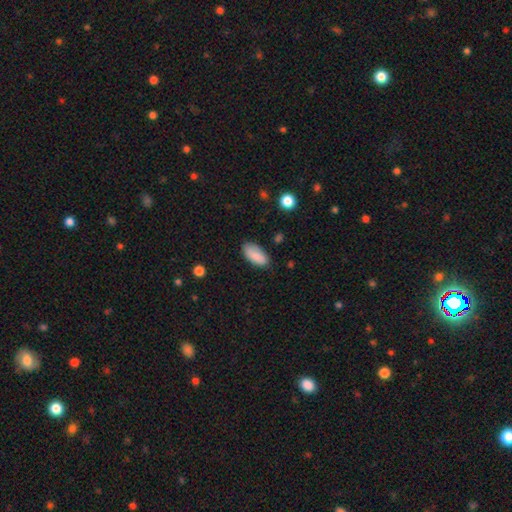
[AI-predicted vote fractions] A smooth galaxy with no disk features (87%) that is in between round and cigar-shaped (89%).

Vote fractions:
- Smooth or featured? smooth: 87% / star or artifact: 7% / featured or disk: 6%
- How rounded? in between: 89% / cigar-shaped: 9% / round: 2%
- Merging? none: 79% / minor disturbance: 17% / major disturbance: 3% / merger: 2%